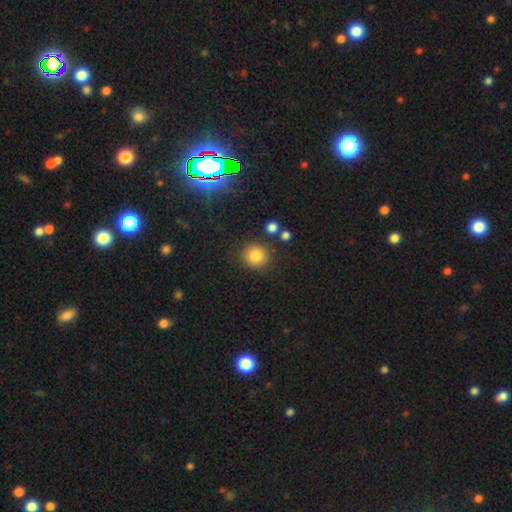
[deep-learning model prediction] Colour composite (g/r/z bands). It shows a smooth galaxy with no disk features (83%) that is round (91%). Merging: none (85%).